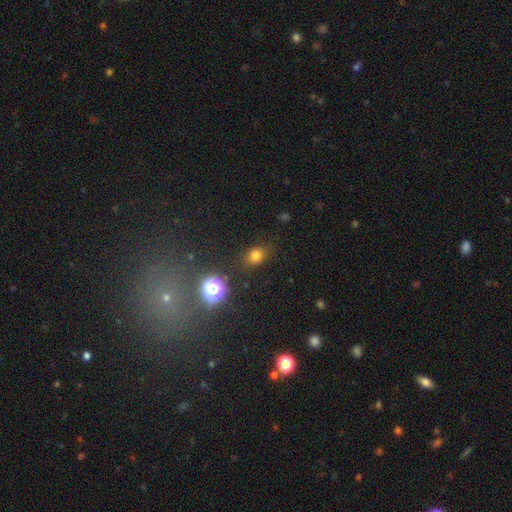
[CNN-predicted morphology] This is likely a smooth galaxy (74%). How rounded: possibly round (52%). Merging: clearly none (81%).